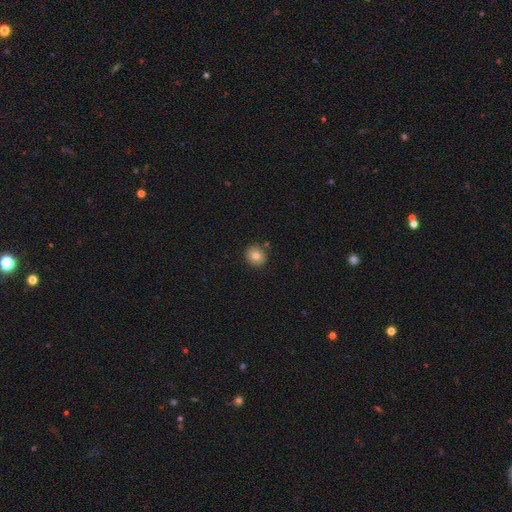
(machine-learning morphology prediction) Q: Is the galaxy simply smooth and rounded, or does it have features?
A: smooth — 81%.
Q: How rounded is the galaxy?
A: round — 83%.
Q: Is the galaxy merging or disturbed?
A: none — 85%.